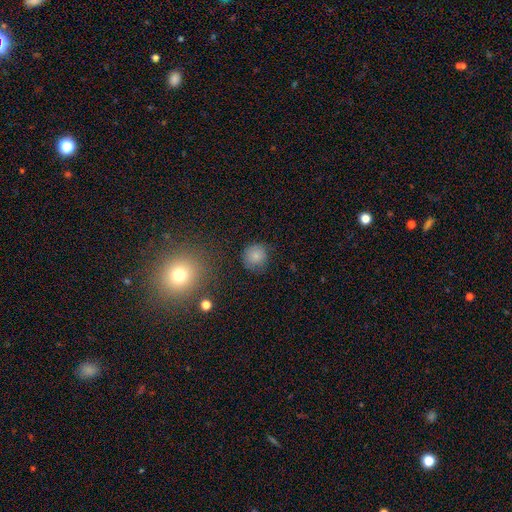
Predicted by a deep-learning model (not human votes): smooth-or-featured: smooth: 81% | star or artifact: 12% | featured or disk: 7%
  how-rounded: round: 91% | in between: 8% | cigar-shaped: 1%
  merging: none: 82% | minor disturbance: 13% | major disturbance: 4% | merger: 2%